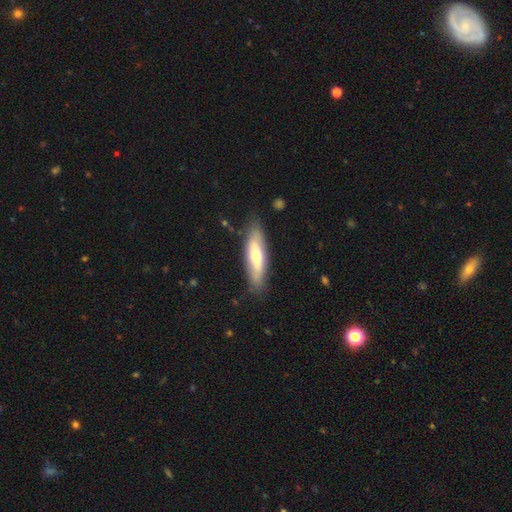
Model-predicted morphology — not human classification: A smooth galaxy with no disk features (55%) that is cigar-shaped (59%).

Vote fractions:
- Smooth or featured? smooth: 55% / featured or disk: 39% / star or artifact: 6%
- How rounded? cigar-shaped: 59% / in between: 39% / round: 2%
- Merging? none: 83% / minor disturbance: 13% / major disturbance: 3% / merger: 2%